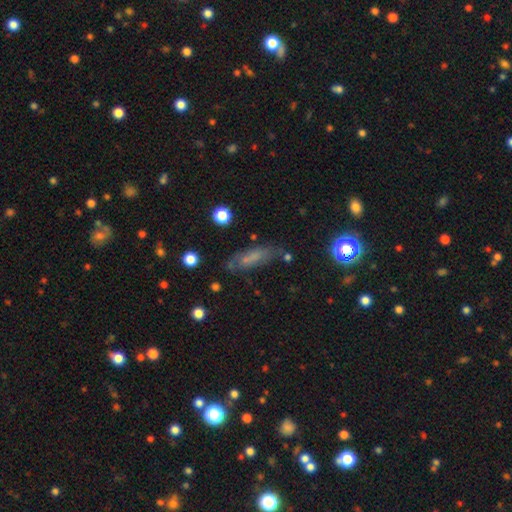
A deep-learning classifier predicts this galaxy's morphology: Smooth or featured: smooth — 65% (featured or disk — 23%)
How rounded: in between — 49% (cigar-shaped — 47%)
Merging: none — 66% (minor disturbance — 21%)